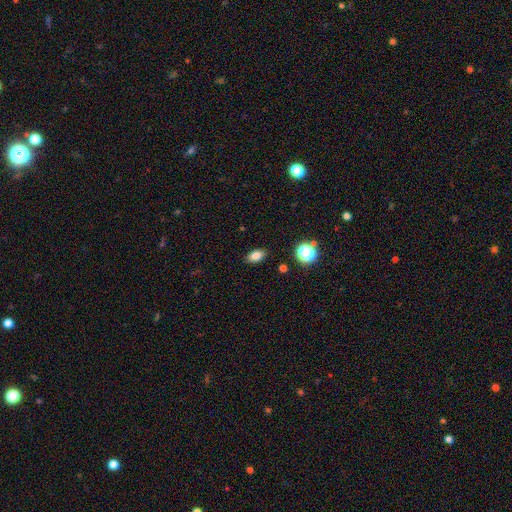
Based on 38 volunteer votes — Q: Smooth or featured?
A: smooth (84%); runner-up: featured or disk (8%)
Q: How rounded?
A: in between (81%); runner-up: round (12%)
Q: Merging?
A: none (91%); runner-up: minor disturbance (9%)